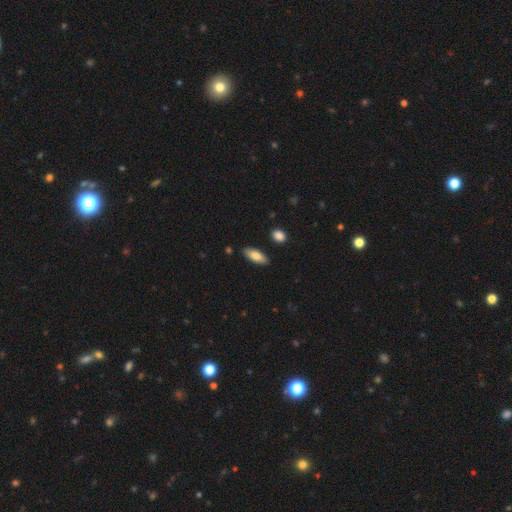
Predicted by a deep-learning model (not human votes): This is clearly a smooth galaxy (80%). How rounded: likely in between (76%). Merging: clearly none (87%).